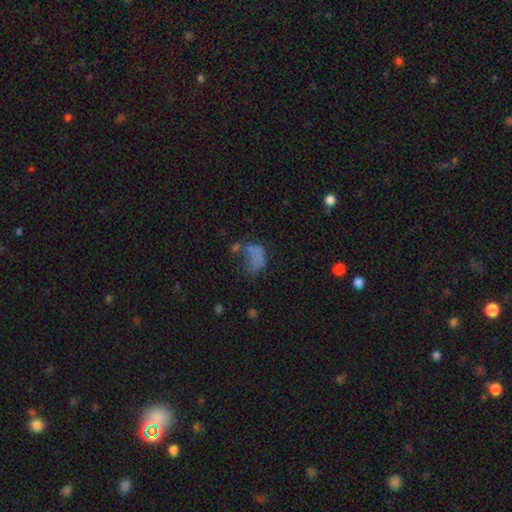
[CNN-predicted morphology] Smooth or featured?
  - smooth: 55% *
  - featured or disk: 26%
  - star or artifact: 19%
How rounded?
  - in between: 79% *
  - round: 19%
  - cigar-shaped: 2%
Merging?
  - major disturbance: 37% *
  - none: 27%
  - minor disturbance: 19%
  - merger: 17%